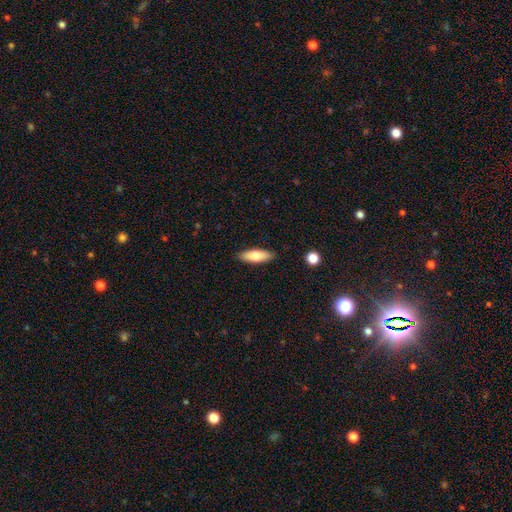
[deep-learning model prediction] Smooth or featured? Predicted: smooth (p=0.76). How rounded? Predicted: in between (p=0.59). Merging? Predicted: none (p=0.88).